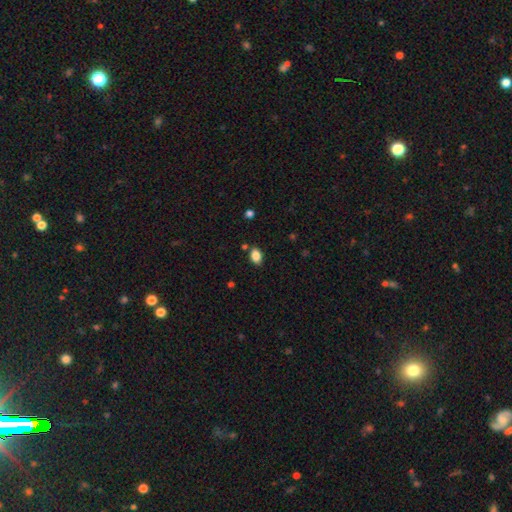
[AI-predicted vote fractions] smooth 86%, star or artifact 9%, featured or disk 5%. Down the decision tree: how rounded — in between (83%); merging — none (82%).